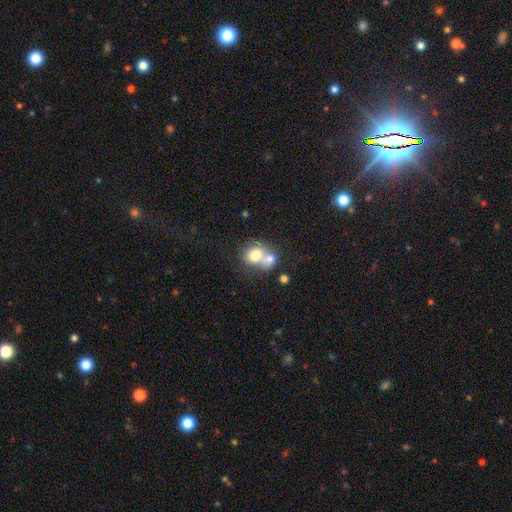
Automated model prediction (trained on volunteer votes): Smooth or featured? smooth (71%)
How rounded? round (53%)
Merging? merger (66%)